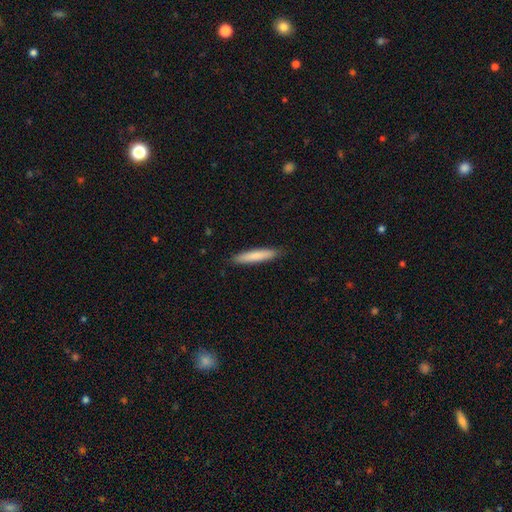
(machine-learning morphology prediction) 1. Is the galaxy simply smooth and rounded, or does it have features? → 80% smooth, 14% featured or disk, 5% star or artifact.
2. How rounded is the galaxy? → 90% cigar-shaped, 9% in between, 1% round.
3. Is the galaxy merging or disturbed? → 89% none, 8% minor disturbance, 1% major disturbance, 1% merger.